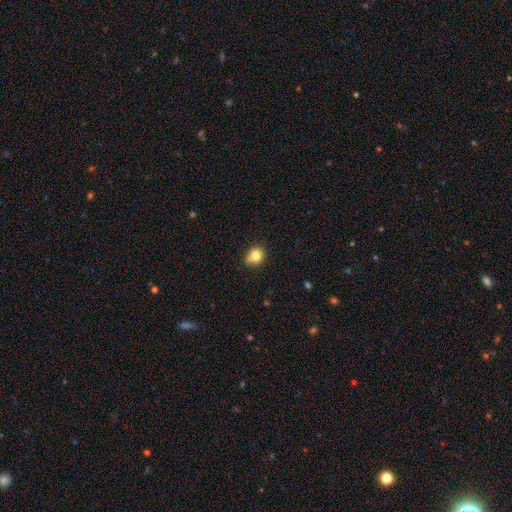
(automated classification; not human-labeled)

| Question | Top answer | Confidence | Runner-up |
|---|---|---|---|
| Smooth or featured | smooth | 81% | star or artifact (11%) |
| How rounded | round | 70% | in between (29%) |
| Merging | none | 58% | minor disturbance (31%) |